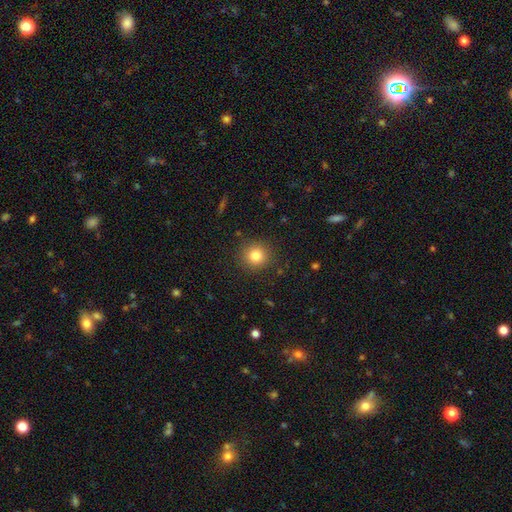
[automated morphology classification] Smooth or featured? Predicted: smooth (p=0.81). How rounded? Predicted: round (p=0.93). Merging? Predicted: none (p=0.90).